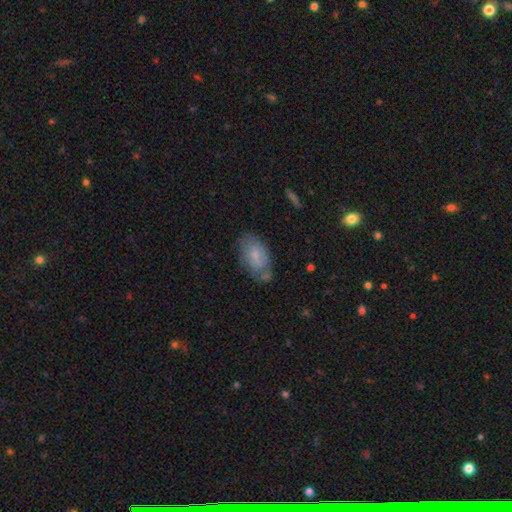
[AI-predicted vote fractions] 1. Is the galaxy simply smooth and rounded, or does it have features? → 67% smooth, 26% featured or disk, 7% star or artifact.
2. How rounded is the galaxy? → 92% in between, 5% round, 3% cigar-shaped.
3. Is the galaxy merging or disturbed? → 55% none, 27% minor disturbance, 9% major disturbance, 8% merger.